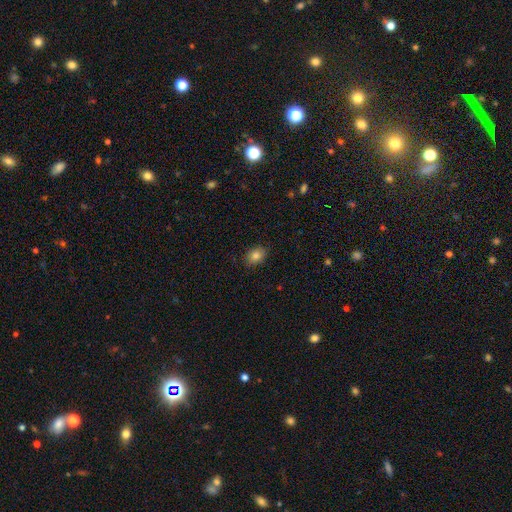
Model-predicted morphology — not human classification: This appears to be a smooth galaxy with no disk features (83%) that is in between round and cigar-shaped (71%). Merging: none (87%).